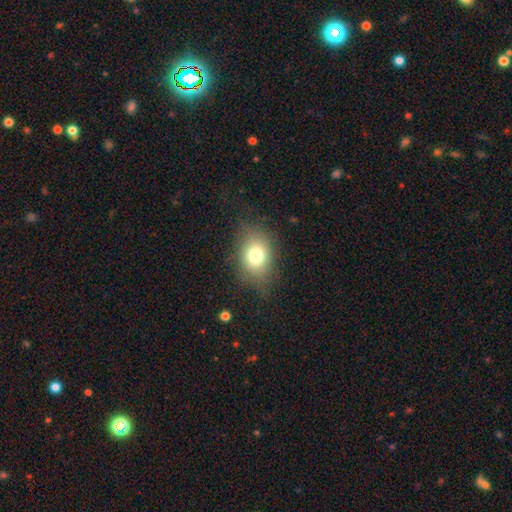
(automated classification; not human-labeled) Smooth or featured: smooth — 74% (featured or disk — 13%)
How rounded: in between — 64% (round — 34%)
Merging: none — 76% (minor disturbance — 16%)